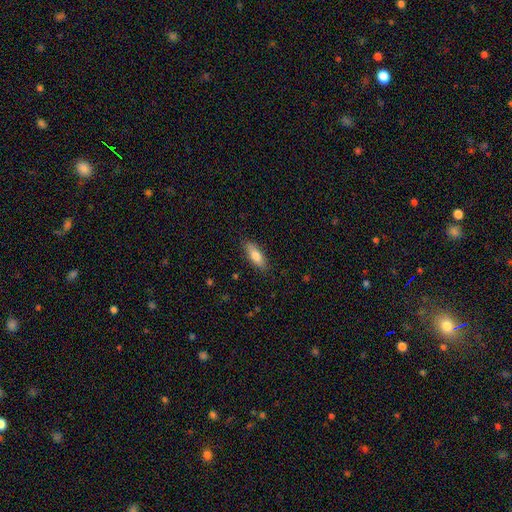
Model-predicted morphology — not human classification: Smooth or featured: smooth — 77% (featured or disk — 16%)
How rounded: in between — 63% (cigar-shaped — 35%)
Merging: none — 85% (minor disturbance — 12%)